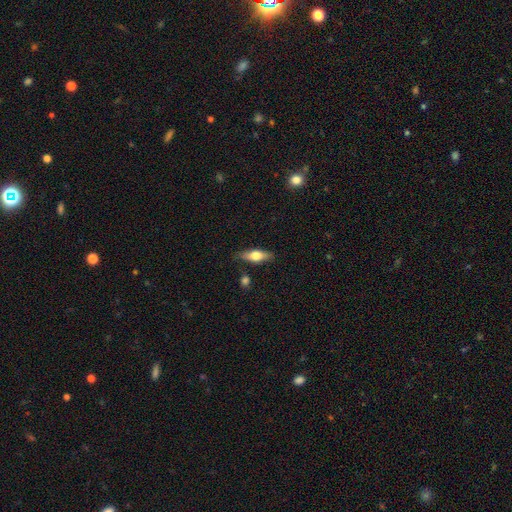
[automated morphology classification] A smooth galaxy with no disk features (59%) that is in between round and cigar-shaped (61%). Merging: none (79%).